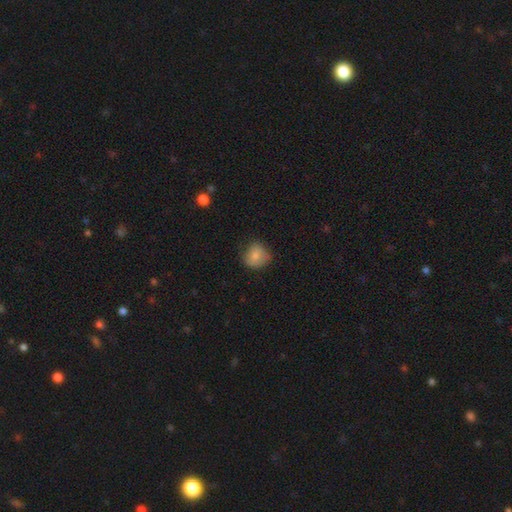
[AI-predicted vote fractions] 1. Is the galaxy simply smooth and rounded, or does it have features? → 77% smooth, 13% featured or disk, 9% star or artifact.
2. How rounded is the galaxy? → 79% round, 20% in between, 1% cigar-shaped.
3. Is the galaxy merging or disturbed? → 68% none, 25% minor disturbance, 6% major disturbance, 1% merger.